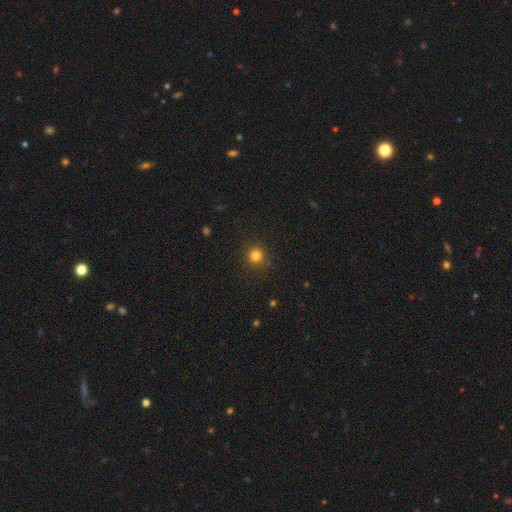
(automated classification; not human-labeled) Smooth or featured? smooth (81%)
How rounded? round (93%)
Merging? none (88%)